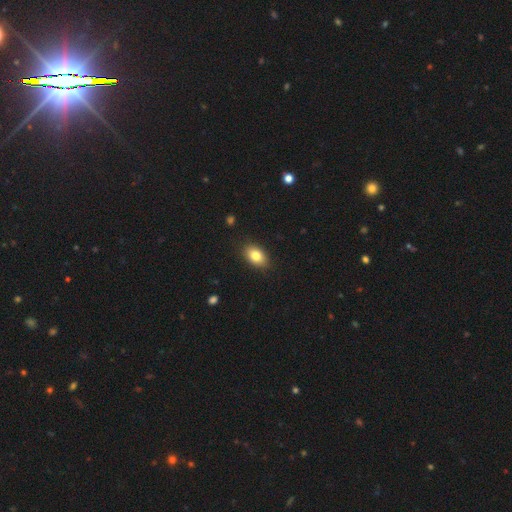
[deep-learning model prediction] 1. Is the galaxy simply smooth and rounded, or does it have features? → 82% smooth, 10% featured or disk, 8% star or artifact.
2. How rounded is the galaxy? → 88% in between, 10% round, 2% cigar-shaped.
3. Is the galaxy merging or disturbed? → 87% none, 10% minor disturbance, 2% major disturbance, 1% merger.